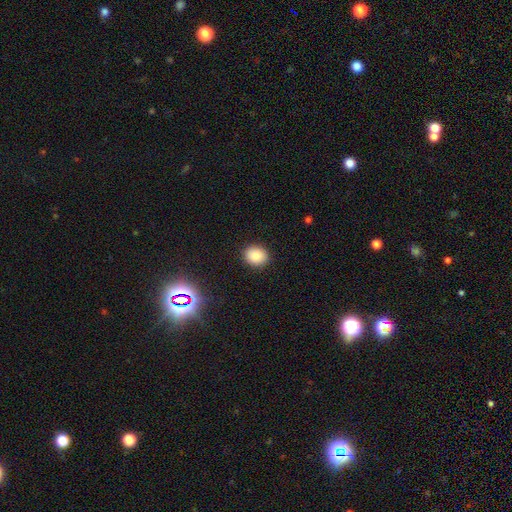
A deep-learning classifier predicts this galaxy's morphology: This appears to be a smooth galaxy with no disk features (85%) that is round (64%). Merging: none (90%).